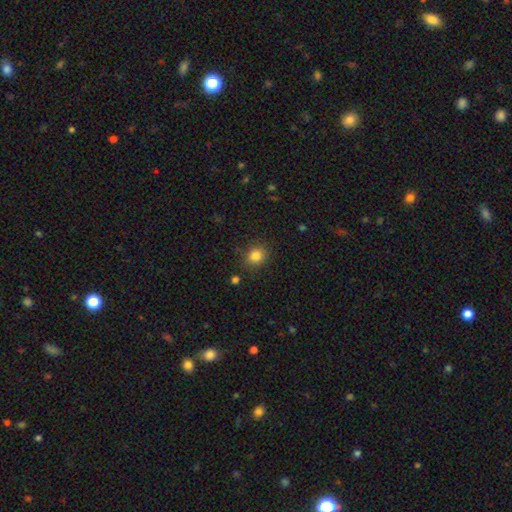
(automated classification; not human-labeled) Overall: smooth (83%). How rounded: round (76%). Merging: none (85%).